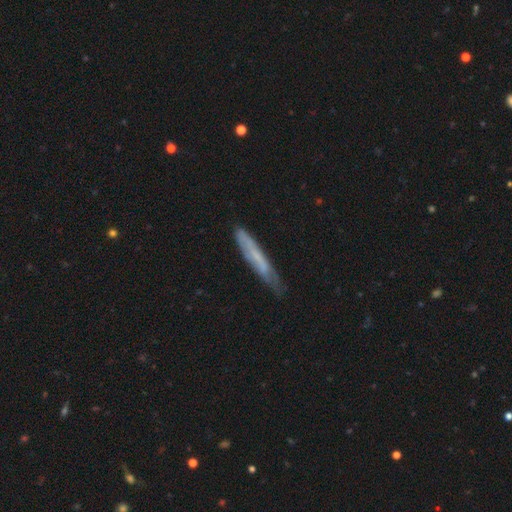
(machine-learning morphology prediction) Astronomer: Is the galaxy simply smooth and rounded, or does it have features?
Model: smooth — 49% (runner-up: featured or disk, 43%).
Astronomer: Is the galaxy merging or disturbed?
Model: none — 64%.